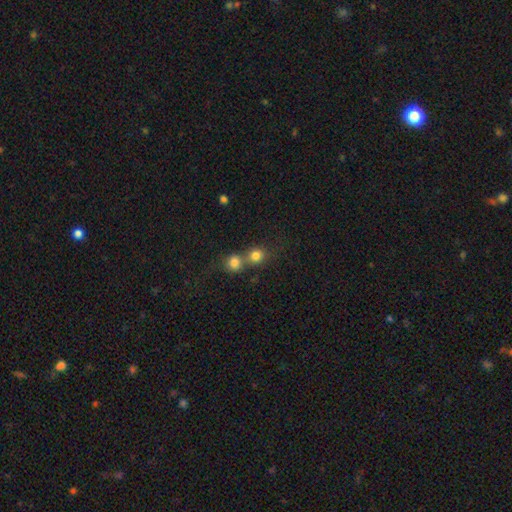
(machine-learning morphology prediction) Smooth or featured? smooth (79%)
How rounded? round (86%)
Merging? merger (48%)